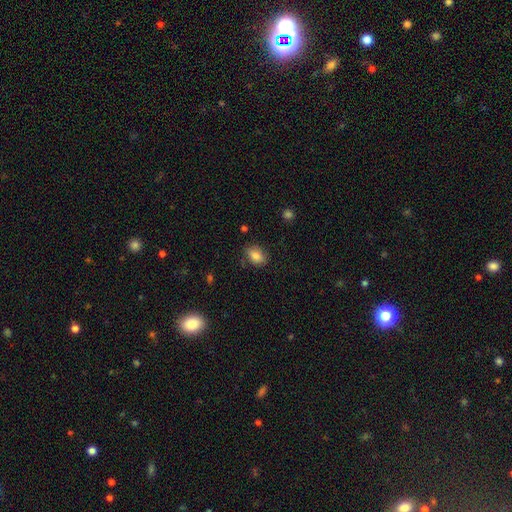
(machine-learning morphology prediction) The model was most divided on "how rounded": in between: 80%, round: 18%, cigar-shaped: 2%. More confident: smooth or featured — smooth (84%); merging — none (79%).